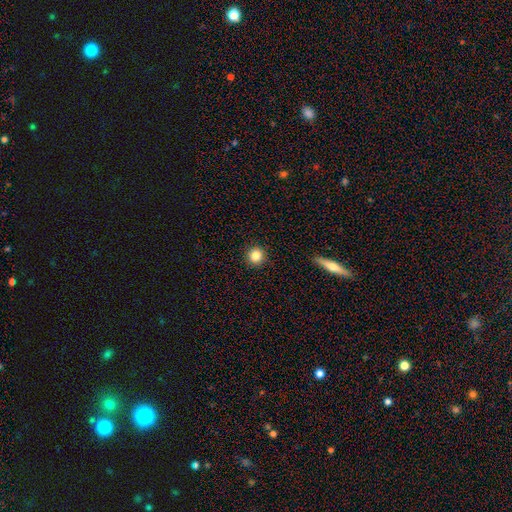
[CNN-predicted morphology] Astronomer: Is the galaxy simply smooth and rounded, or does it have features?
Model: smooth — 83%.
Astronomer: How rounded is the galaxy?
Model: round — 95%.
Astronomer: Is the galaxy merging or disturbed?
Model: none — 93%.